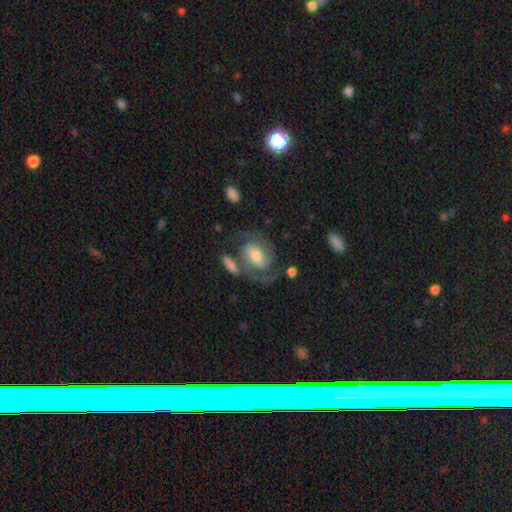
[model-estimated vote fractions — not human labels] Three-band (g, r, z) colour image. It shows a featured or disk galaxy (81%) with a weak bar (43%), 2 (88%) medium (53%) spiral arms (96%) and a moderate central bulge (54%). Merging: none (61%).